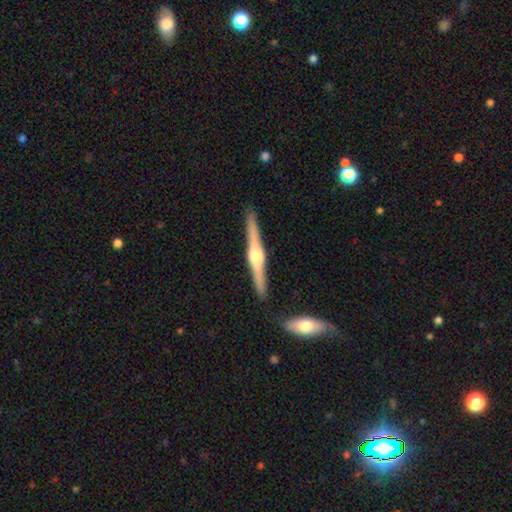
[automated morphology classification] A featured or disk galaxy (80%) viewed edge-on (98%) with a rounded central bulge (90%). Merging: none (89%).